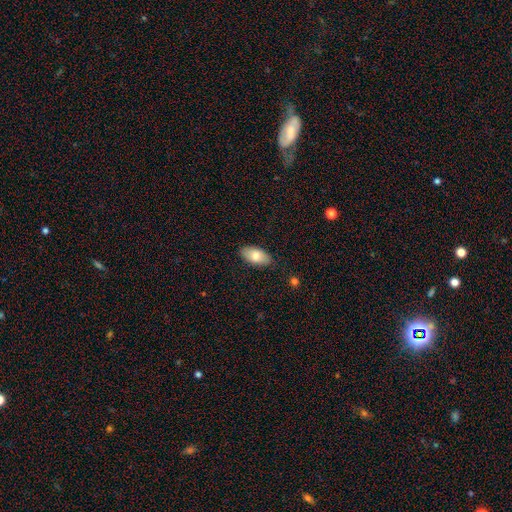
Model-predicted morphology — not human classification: Smooth or featured: smooth — 76% (featured or disk — 18%)
How rounded: in between — 93% (cigar-shaped — 4%)
Merging: none — 85% (minor disturbance — 11%)